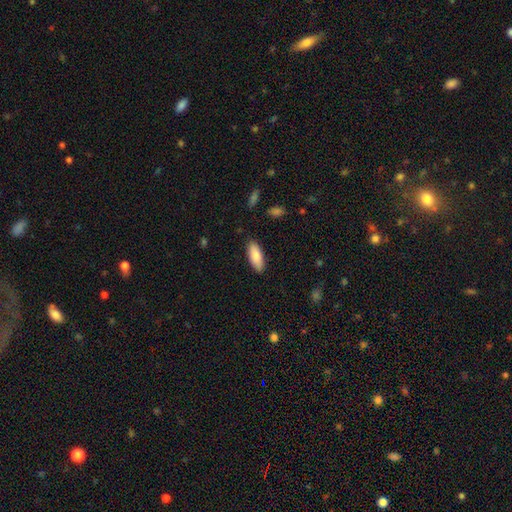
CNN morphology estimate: smooth_or_featured: smooth (p=0.86) [alt: featured or disk p=0.09]
how_rounded: in between (p=0.76) [alt: cigar-shaped p=0.22]
merging: none (p=0.88) [alt: minor disturbance p=0.09]